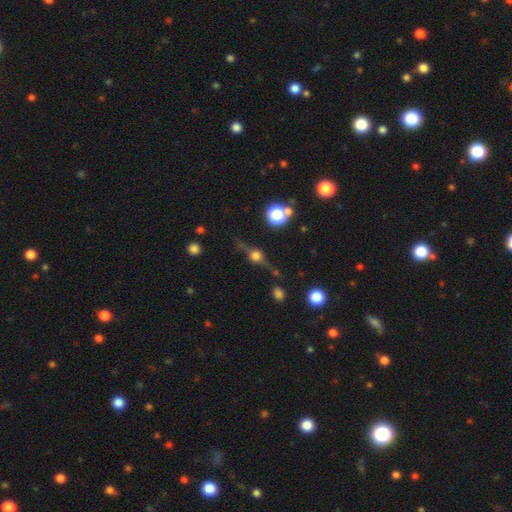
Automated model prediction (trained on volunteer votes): This is likely a featured or disk galaxy (66%). It is clearly viewed edge-on (91%). Edge-on bulge: clearly rounded (94%). Merging: likely none (74%).